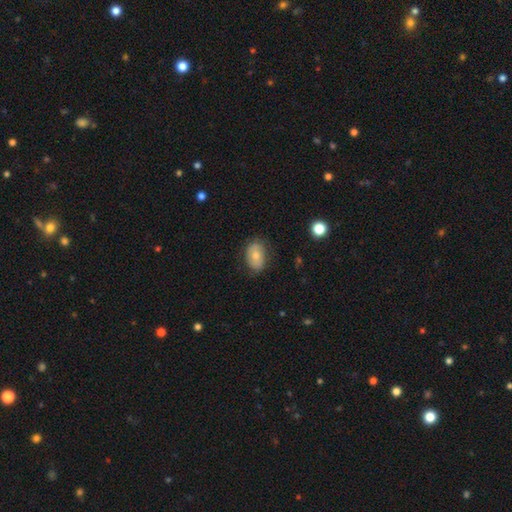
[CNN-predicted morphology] Smooth or featured? smooth (73%)
How rounded? in between (86%)
Merging? none (74%)